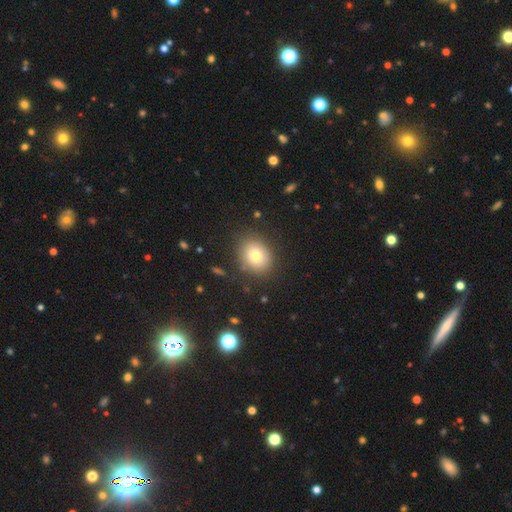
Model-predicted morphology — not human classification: smooth 76%, featured or disk 13%, star or artifact 11%. Down the decision tree: how rounded — round (50%); merging — none (85%).